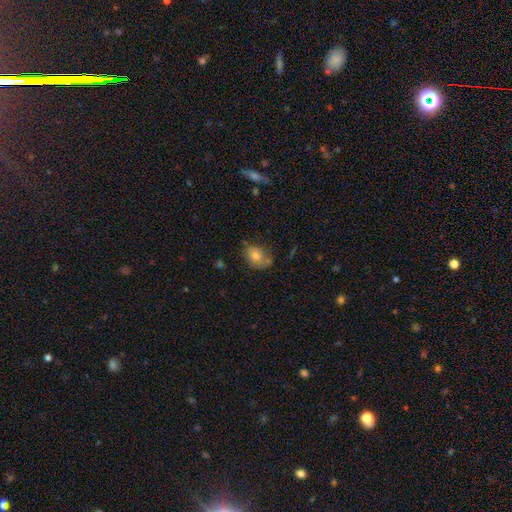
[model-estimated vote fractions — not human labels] Smooth or featured? smooth (67%)
How rounded? in between (58%)
Merging? none (63%)